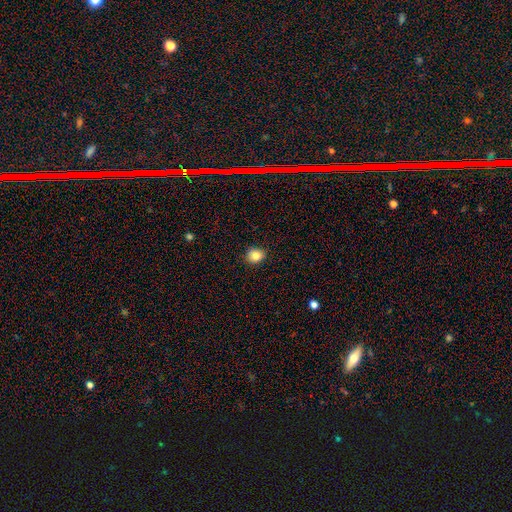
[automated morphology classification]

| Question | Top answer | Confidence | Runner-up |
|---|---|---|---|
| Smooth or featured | smooth | 83% | star or artifact (10%) |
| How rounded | round | 71% | in between (28%) |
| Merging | none | 90% | minor disturbance (8%) |